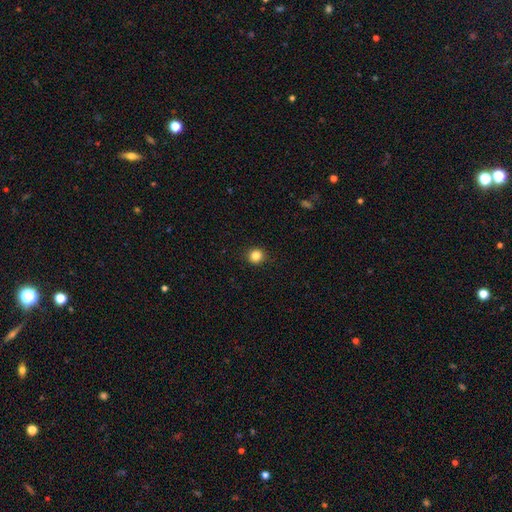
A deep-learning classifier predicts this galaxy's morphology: smooth-or-featured: smooth: 85% | star or artifact: 11% | featured or disk: 4%
  how-rounded: round: 93% | in between: 6% | cigar-shaped: 1%
  merging: none: 92% | minor disturbance: 5% | major disturbance: 2% | merger: 1%